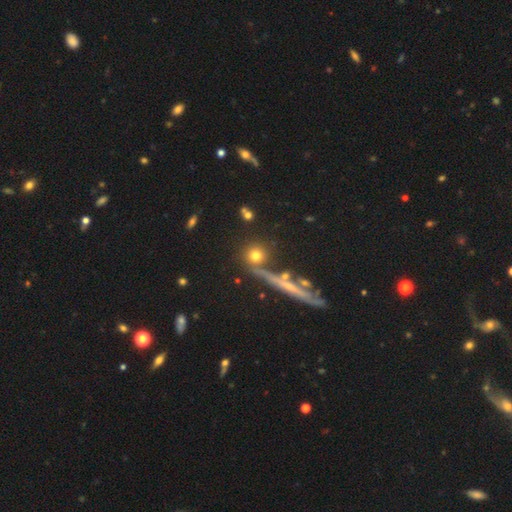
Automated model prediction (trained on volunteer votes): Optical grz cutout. It shows a smooth galaxy with no disk features (70%) that is round (90%). Merging: none (77%).